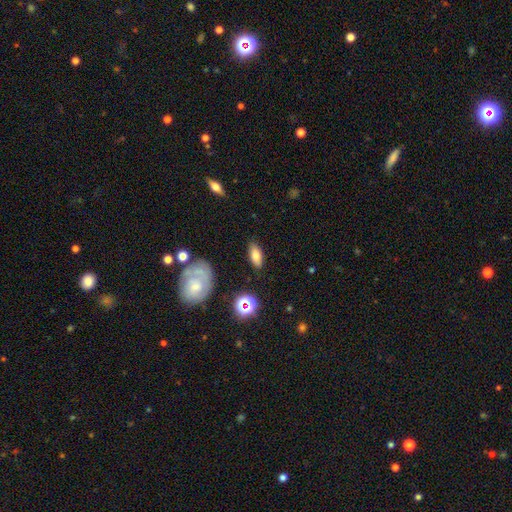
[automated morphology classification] Smooth or featured? smooth (74%)
How rounded? in between (79%)
Merging? none (84%)